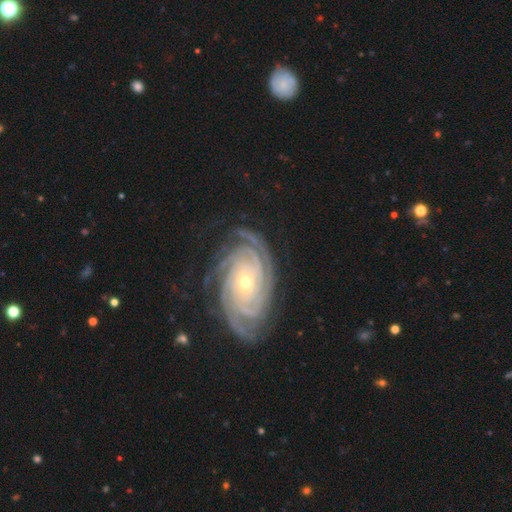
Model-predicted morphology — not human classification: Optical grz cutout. It shows a featured or disk galaxy (90%) with no bar (72%), 4 (23%) tight (83%) spiral arms (98%) and a small central bulge (62%). Merging: none (81%).